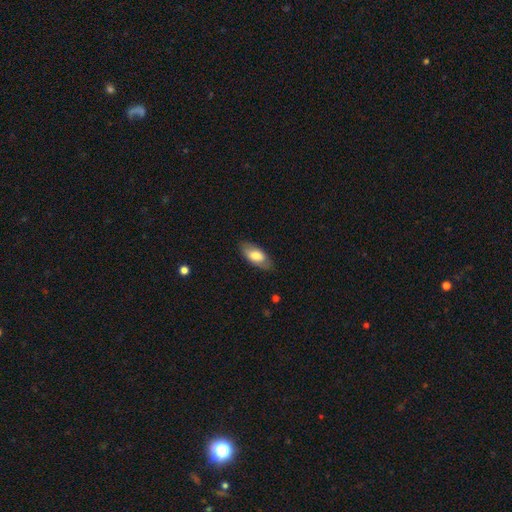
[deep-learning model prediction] A smooth galaxy with no disk features (71%) that is in between round and cigar-shaped (89%).

Vote fractions:
- Smooth or featured? smooth: 71% / featured or disk: 23% / star or artifact: 6%
- How rounded? in between: 89% / cigar-shaped: 8% / round: 3%
- Merging? none: 82% / minor disturbance: 14% / major disturbance: 3% / merger: 1%